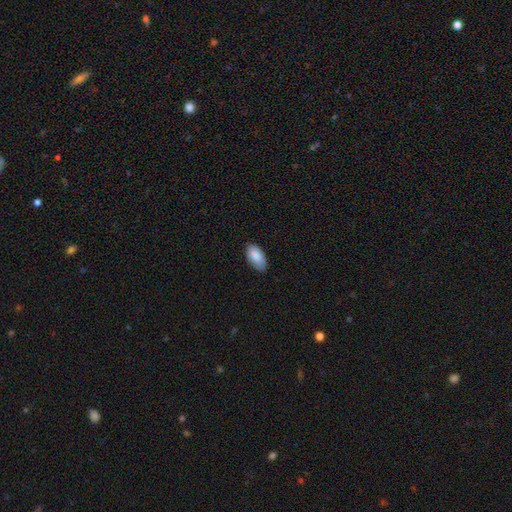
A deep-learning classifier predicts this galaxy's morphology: type=smooth (86%); roundness=in between (95%); merging=none (77%).